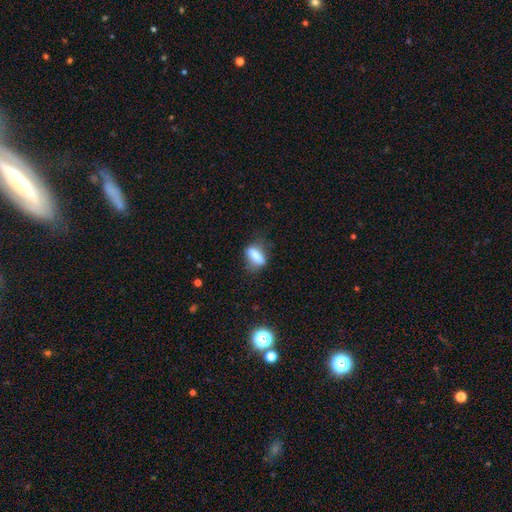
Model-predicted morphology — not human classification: Smooth or featured? Predicted: smooth (p=0.71). How rounded? Predicted: in between (p=0.48). Merging? Predicted: none (p=0.72).